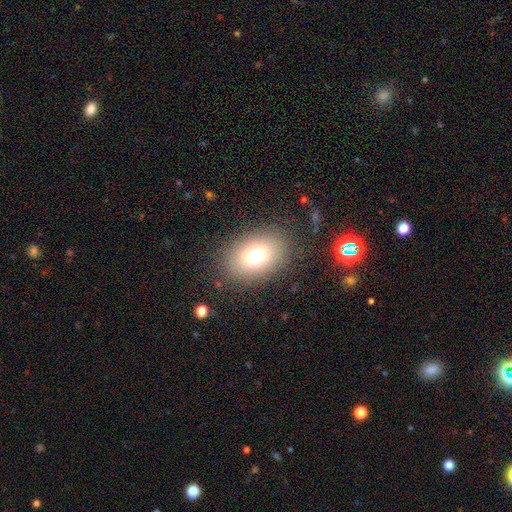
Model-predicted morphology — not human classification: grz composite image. It shows a smooth galaxy with no disk features (72%) that is in between round and cigar-shaped (69%). Merging: none (84%).